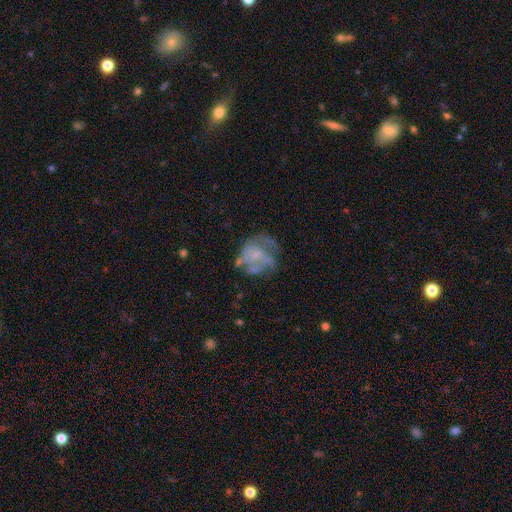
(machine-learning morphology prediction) The model was most divided on "bulge size": none: 40%, small: 36%, moderate: 20%, large: 3%, dominant: 1%. Remaining: edge-on disk — no (98%); bar — no (80%); spiral arms — no (61%); smooth or featured — featured or disk (56%); merging — none (40%).